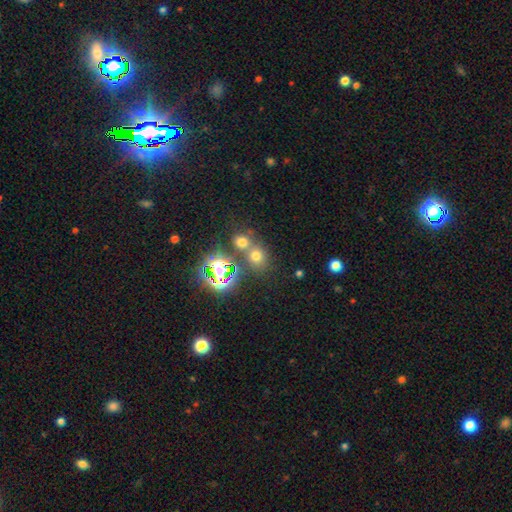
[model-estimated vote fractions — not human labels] smooth_or_featured: smooth (p=0.56) [alt: star or artifact p=0.35]
how_rounded: round (p=0.75) [alt: in between p=0.24]
merging: none (p=0.58) [alt: merger p=0.31]